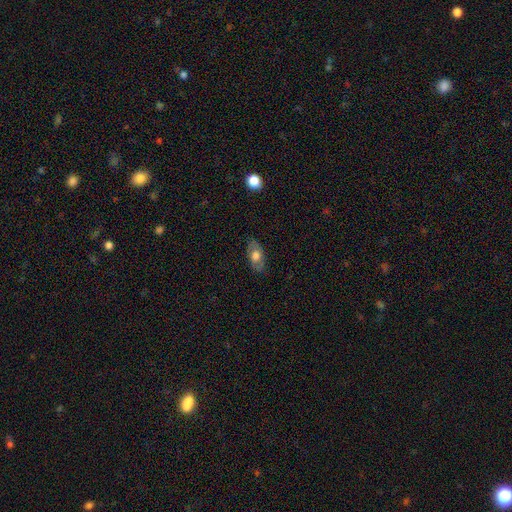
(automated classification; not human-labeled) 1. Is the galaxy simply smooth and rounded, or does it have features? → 61% smooth, 32% featured or disk, 7% star or artifact.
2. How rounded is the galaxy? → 89% in between, 6% round, 5% cigar-shaped.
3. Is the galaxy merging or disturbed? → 80% none, 15% minor disturbance, 4% major disturbance, 1% merger.